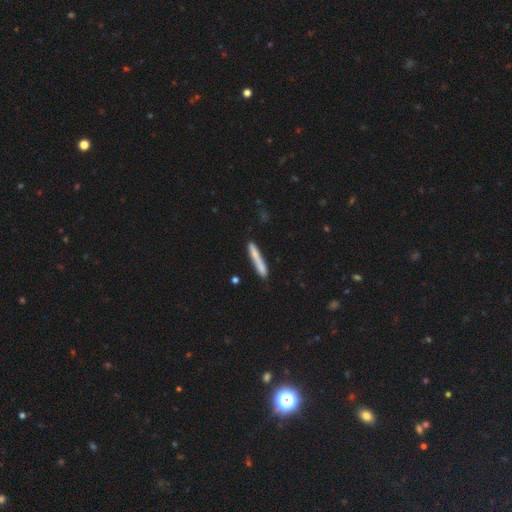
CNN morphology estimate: Overall: smooth (74%). How rounded: cigar-shaped (95%). Merging: none (74%).